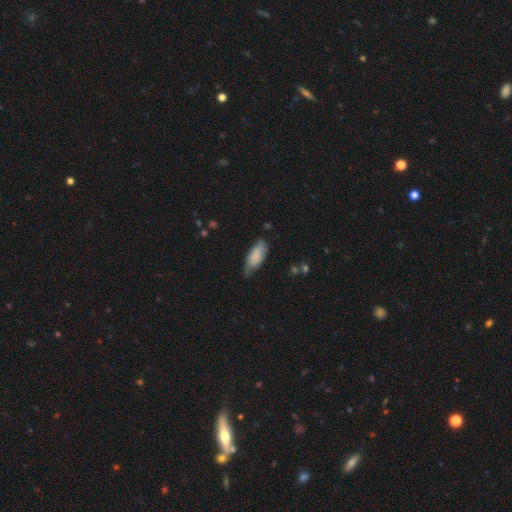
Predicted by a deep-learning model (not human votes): Smooth or featured: smooth — 75% (featured or disk — 19%)
How rounded: in between — 80% (cigar-shaped — 18%)
Merging: none — 55% (minor disturbance — 34%)